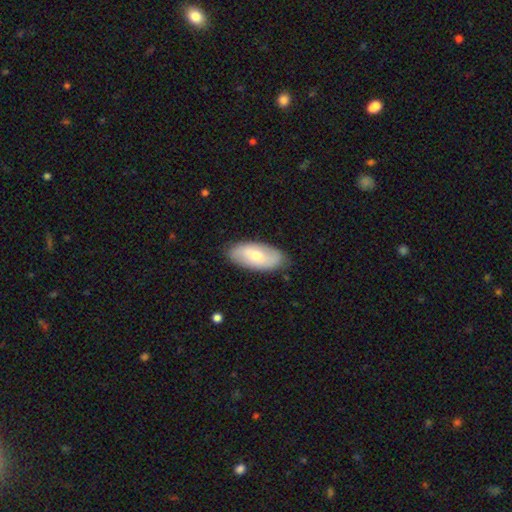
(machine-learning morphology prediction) Q: Smooth or featured?
A: smooth (58%); runner-up: featured or disk (37%)
Q: How rounded?
A: in between (91%); runner-up: cigar-shaped (6%)
Q: Merging?
A: none (85%); runner-up: minor disturbance (12%)